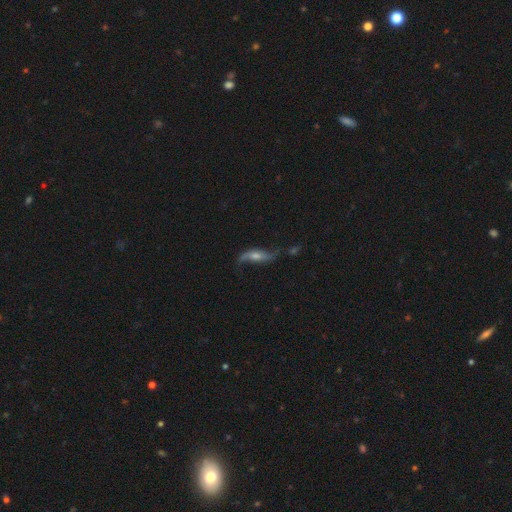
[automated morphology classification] Q: Smooth or featured?
A: featured or disk (75%); runner-up: smooth (17%)
Q: Edge-on disk?
A: no (77%); runner-up: yes (23%)
Q: Bar?
A: no (55%); runner-up: weak (30%)
Q: Spiral arms?
A: yes (90%); runner-up: no (10%)
Q: Spiral winding?
A: loose (87%); runner-up: medium (9%)
Q: Spiral arm count?
A: 2 (88%); runner-up: 1 (5%)
Q: Bulge size?
A: moderate (51%); runner-up: small (34%)
Q: Merging?
A: none (59%); runner-up: minor disturbance (21%)